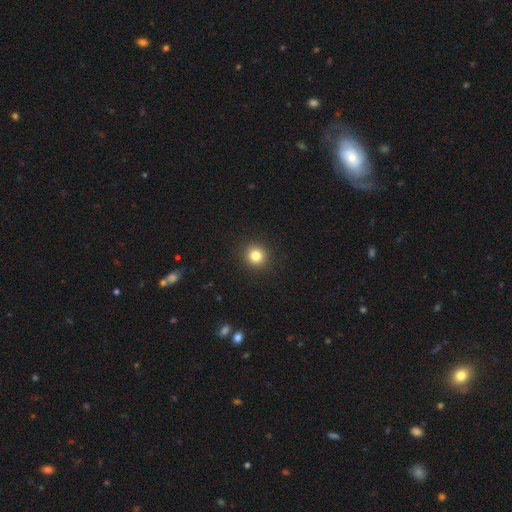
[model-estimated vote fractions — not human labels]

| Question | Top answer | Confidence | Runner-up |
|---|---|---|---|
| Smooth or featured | smooth | 82% | star or artifact (12%) |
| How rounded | round | 93% | in between (6%) |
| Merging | none | 92% | minor disturbance (5%) |